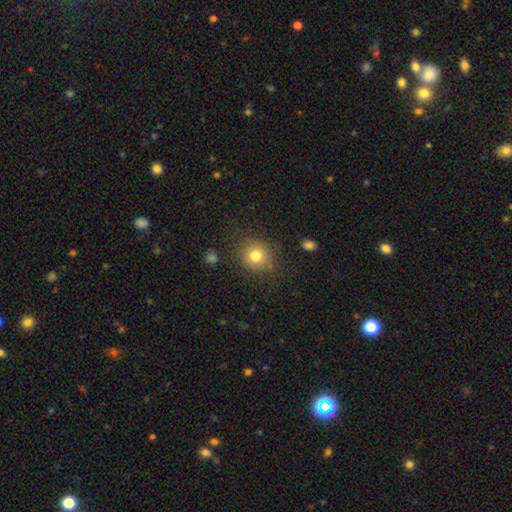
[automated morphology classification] A smooth galaxy with no disk features (79%) that is round (87%). Merging: none (83%).